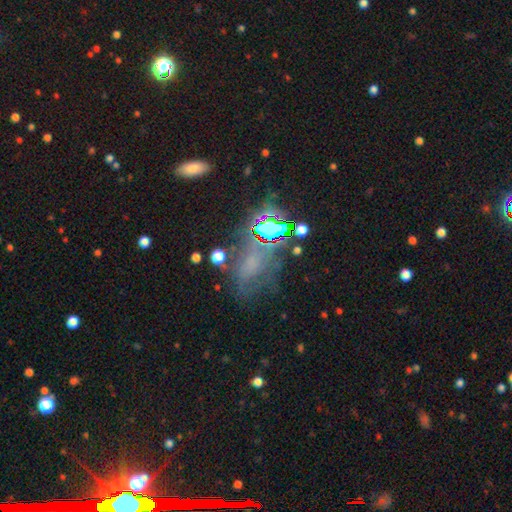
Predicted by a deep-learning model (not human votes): star or artifact 60%, featured or disk 21%, smooth 19%.